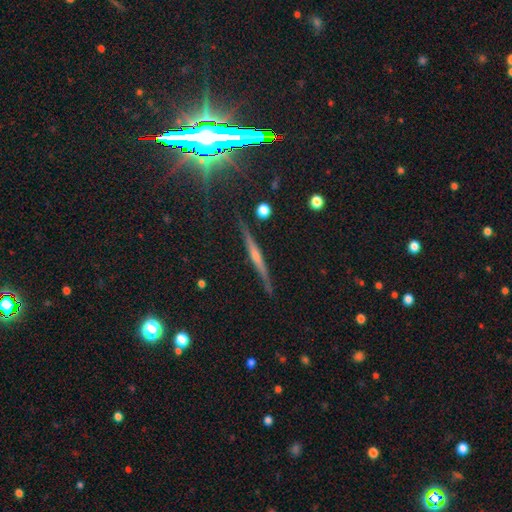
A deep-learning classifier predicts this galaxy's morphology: Overall: featured or disk (66%). Edge-on disk: yes (97%). Edge-on bulge: rounded (61%; none 28%). Merging: none (87%).